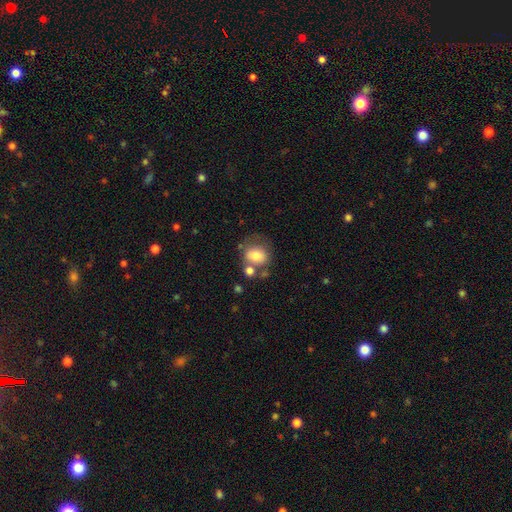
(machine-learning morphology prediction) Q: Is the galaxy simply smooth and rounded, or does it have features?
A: smooth — 73%.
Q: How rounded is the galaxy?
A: round — 57%.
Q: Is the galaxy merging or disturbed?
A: none — 47%.